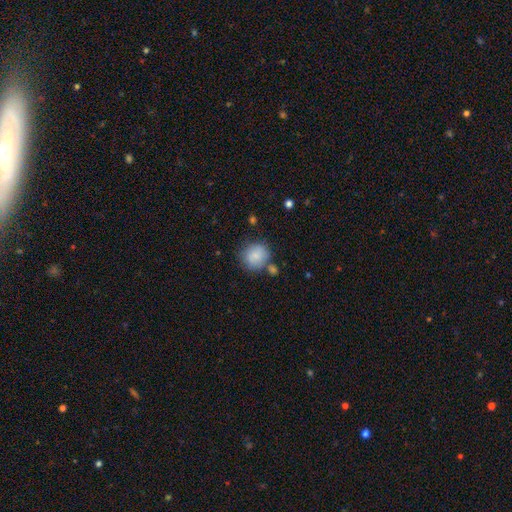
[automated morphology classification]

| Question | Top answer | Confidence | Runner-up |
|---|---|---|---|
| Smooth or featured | smooth | 83% | featured or disk (9%) |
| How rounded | round | 81% | in between (18%) |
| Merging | none | 65% | minor disturbance (17%) |